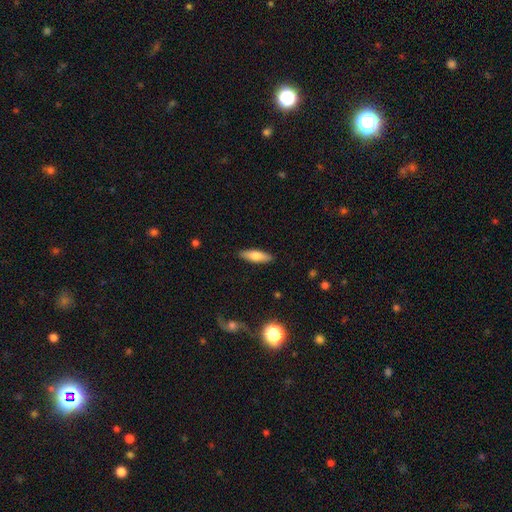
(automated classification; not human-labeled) A smooth galaxy with no disk features (75%) that is cigar-shaped (50%). Merging: none (89%).